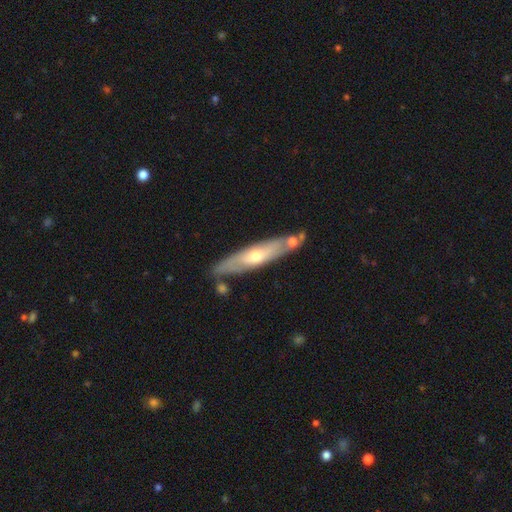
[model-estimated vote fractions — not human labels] smooth-or-featured: featured or disk: 61% | smooth: 34% | star or artifact: 5%
  disk-edge-on: yes: 60% | no: 40%
  merging: none: 74% | minor disturbance: 15% | merger: 8% | major disturbance: 3%